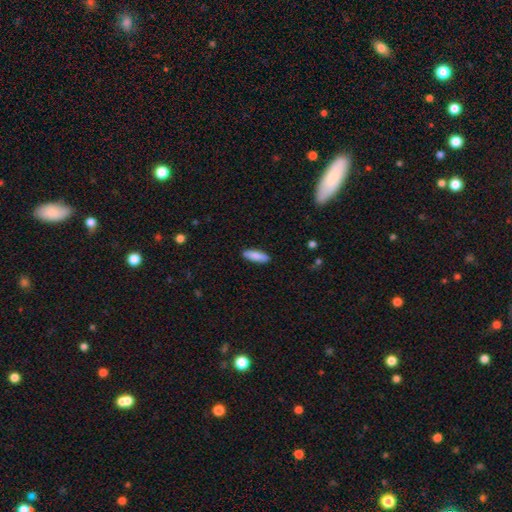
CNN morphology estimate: Smooth or featured?
  - smooth: 87% *
  - featured or disk: 8%
  - star or artifact: 6%
How rounded?
  - cigar-shaped: 52% *
  - in between: 47%
  - round: 2%
Merging?
  - none: 90% *
  - minor disturbance: 7%
  - major disturbance: 2%
  - merger: 1%